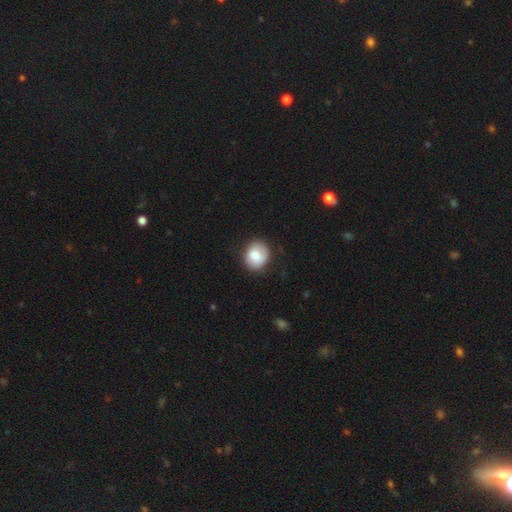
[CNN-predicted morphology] Smooth or featured: smooth — 80% (featured or disk — 13%)
How rounded: round — 66% (in between — 33%)
Merging: none — 81% (minor disturbance — 14%)